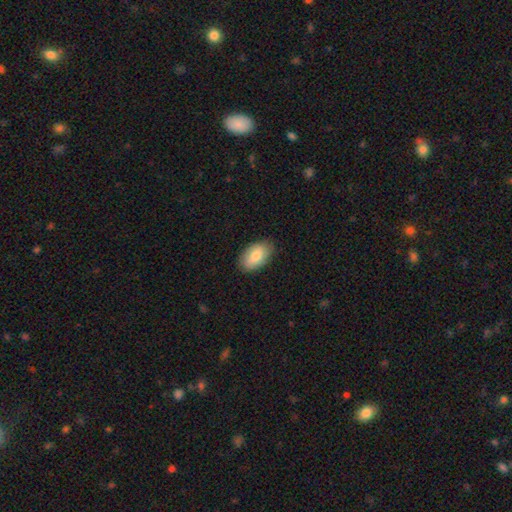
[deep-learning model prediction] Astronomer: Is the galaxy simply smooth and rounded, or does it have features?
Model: smooth — 81%.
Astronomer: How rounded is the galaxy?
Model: in between — 94%.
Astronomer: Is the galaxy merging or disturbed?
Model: none — 84%.